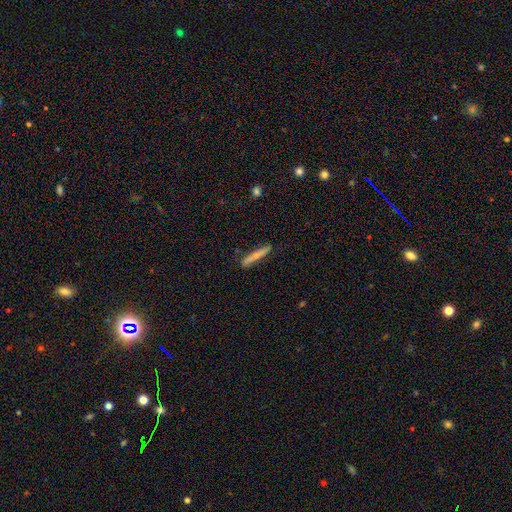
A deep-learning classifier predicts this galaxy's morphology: Smooth or featured? Predicted: smooth (p=0.63). How rounded? Predicted: cigar-shaped (p=0.94). Merging? Predicted: none (p=0.85).